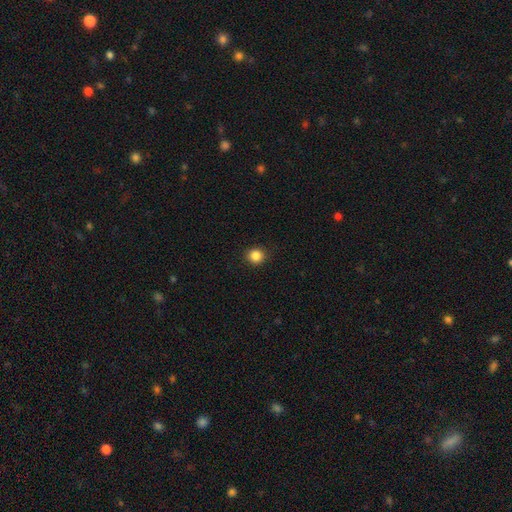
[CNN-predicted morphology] smooth 86%, star or artifact 11%, featured or disk 3%. Down the decision tree: how rounded — round (92%); merging — none (91%).